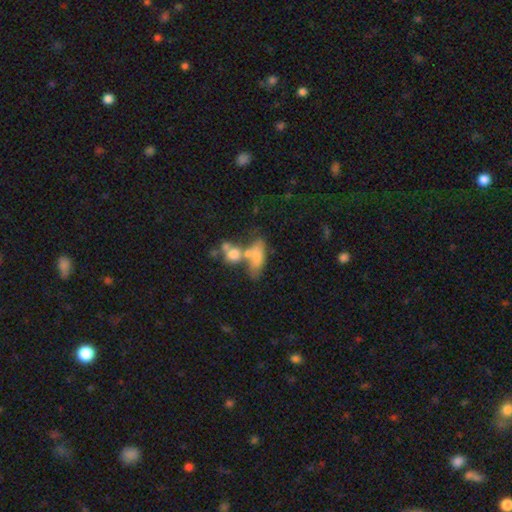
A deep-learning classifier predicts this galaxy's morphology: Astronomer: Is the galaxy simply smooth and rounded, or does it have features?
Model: smooth — 65%.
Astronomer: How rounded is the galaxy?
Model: in between — 73%.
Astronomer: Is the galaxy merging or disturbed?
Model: merger — 49% (runner-up: none, 26%).